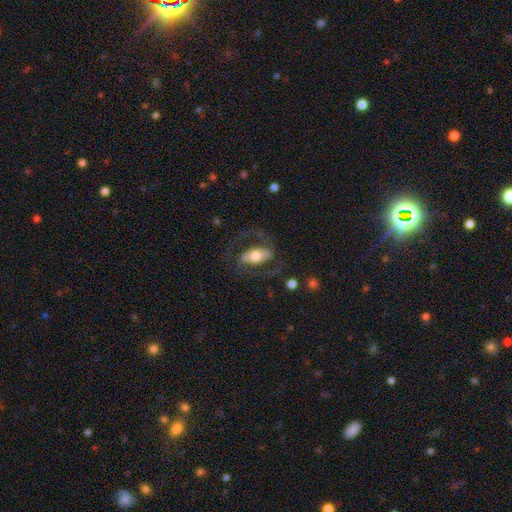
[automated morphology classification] featured or disk 62%, smooth 32%, star or artifact 6%. Down the decision tree: edge-on disk — no (89%); bar — strong (42%); spiral arms — yes (69%); bulge size — moderate (61%); merging — none (65%).